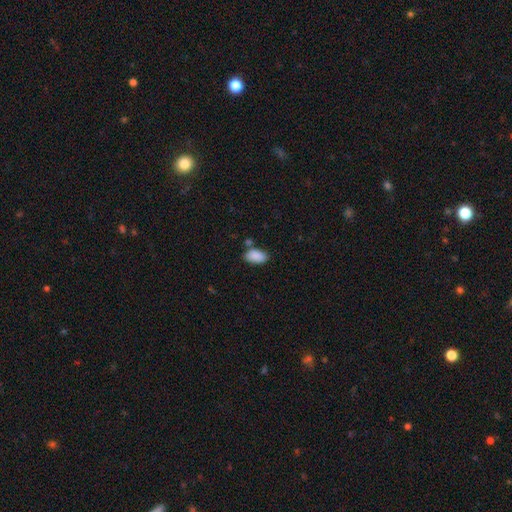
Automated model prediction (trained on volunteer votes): A smooth galaxy with no disk features (89%) that is in between round and cigar-shaped (94%).

Vote fractions:
- Smooth or featured? smooth: 89% / star or artifact: 7% / featured or disk: 4%
- How rounded? in between: 94% / round: 4% / cigar-shaped: 2%
- Merging? none: 73% / minor disturbance: 14% / merger: 9% / major disturbance: 4%